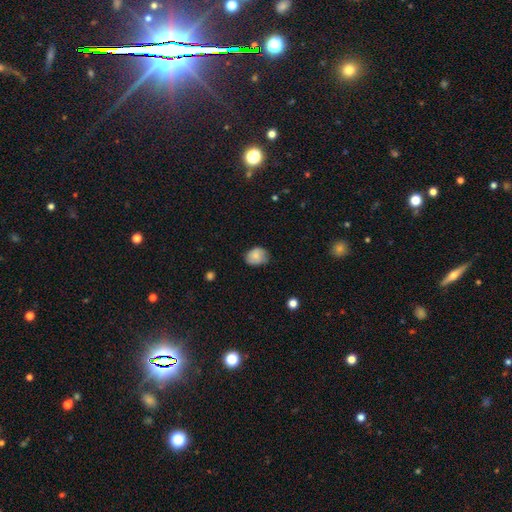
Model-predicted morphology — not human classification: Smooth or featured? Predicted: smooth (p=0.79). How rounded? Predicted: in between (p=0.59). Merging? Predicted: none (p=0.64).